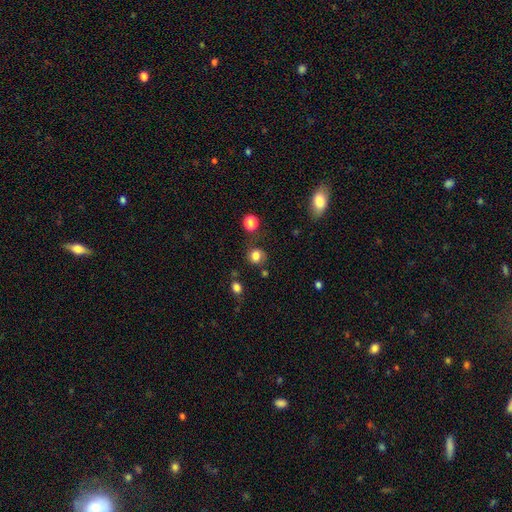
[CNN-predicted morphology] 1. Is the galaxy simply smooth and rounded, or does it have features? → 79% smooth, 12% star or artifact, 8% featured or disk.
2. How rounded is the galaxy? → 76% round, 23% in between, 1% cigar-shaped.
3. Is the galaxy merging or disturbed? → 66% none, 20% minor disturbance, 9% major disturbance, 5% merger.